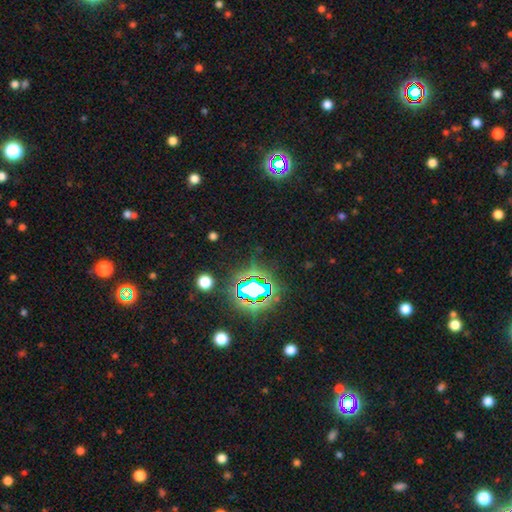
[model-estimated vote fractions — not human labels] Smooth or featured: star or artifact — 79% (smooth — 13%)